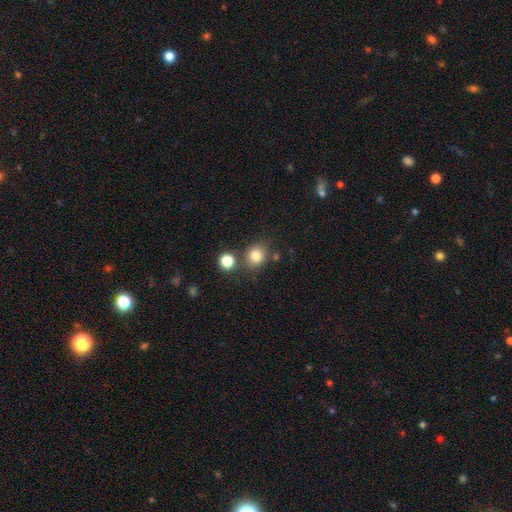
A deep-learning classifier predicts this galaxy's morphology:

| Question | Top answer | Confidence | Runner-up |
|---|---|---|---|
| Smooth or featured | smooth | 81% | star or artifact (12%) |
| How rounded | round | 76% | in between (23%) |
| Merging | none | 72% | merger (14%) |